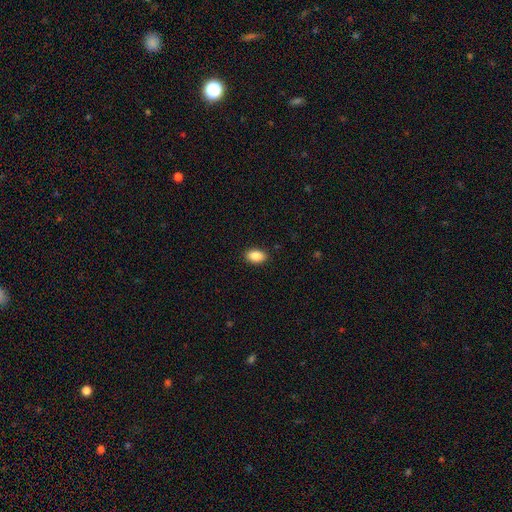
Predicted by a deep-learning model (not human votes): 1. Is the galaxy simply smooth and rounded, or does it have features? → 89% smooth, 7% star or artifact, 4% featured or disk.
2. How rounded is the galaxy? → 91% in between, 7% round, 2% cigar-shaped.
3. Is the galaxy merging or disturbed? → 90% none, 8% minor disturbance, 2% major disturbance, 1% merger.